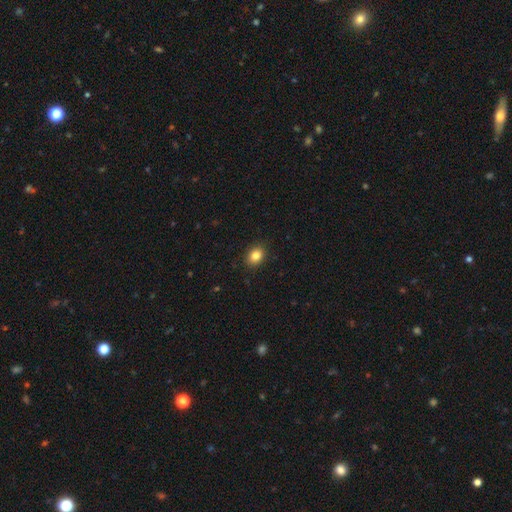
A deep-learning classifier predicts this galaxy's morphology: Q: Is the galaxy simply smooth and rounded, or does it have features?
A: smooth — 85%.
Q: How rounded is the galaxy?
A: in between — 63%.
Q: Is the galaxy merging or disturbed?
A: none — 89%.